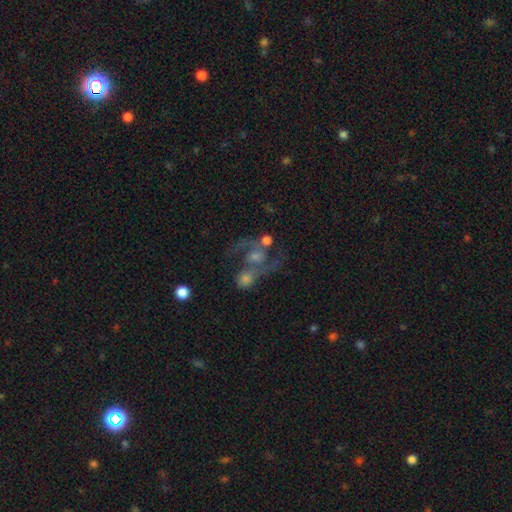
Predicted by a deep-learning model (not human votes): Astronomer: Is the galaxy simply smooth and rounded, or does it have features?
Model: featured or disk — 76%.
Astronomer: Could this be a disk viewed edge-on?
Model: no — 97%.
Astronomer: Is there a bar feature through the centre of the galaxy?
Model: no — 60%.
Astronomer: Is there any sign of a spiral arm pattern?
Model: yes — 88%.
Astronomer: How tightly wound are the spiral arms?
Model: medium — 47% (runner-up: loose, 40%).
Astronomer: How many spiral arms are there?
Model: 2 — 82%.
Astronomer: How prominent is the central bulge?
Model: moderate — 44% (runner-up: small, 36%).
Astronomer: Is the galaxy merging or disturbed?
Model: merger — 38% (runner-up: none, 36%).